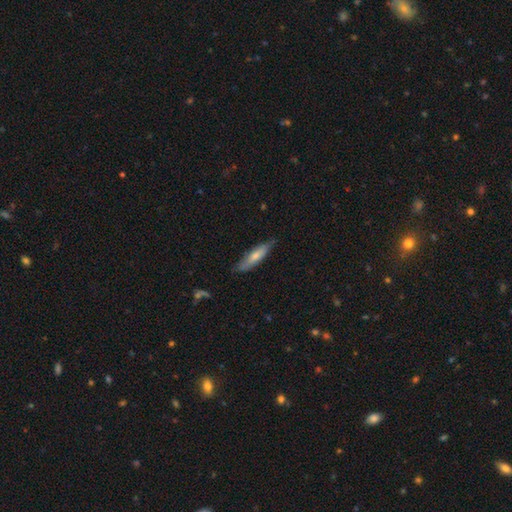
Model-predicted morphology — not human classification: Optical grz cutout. It shows a smooth galaxy with no disk features (65%) that is cigar-shaped (72%). Merging: none (75%).